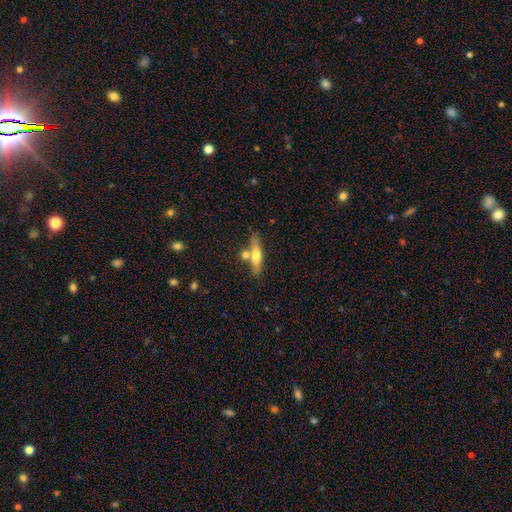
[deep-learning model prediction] smooth_or_featured: smooth (p=0.54) [alt: featured or disk p=0.39]
how_rounded: cigar-shaped (p=0.72) [alt: in between p=0.25]
merging: none (p=0.65) [alt: merger p=0.19]